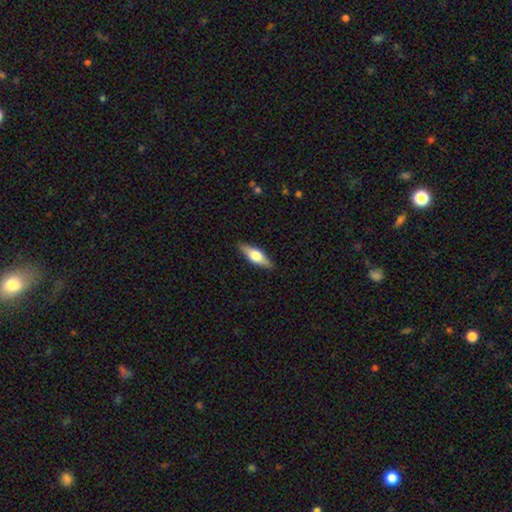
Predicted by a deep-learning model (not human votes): This is possibly a featured or disk galaxy (49%). Merging: clearly none (89%).